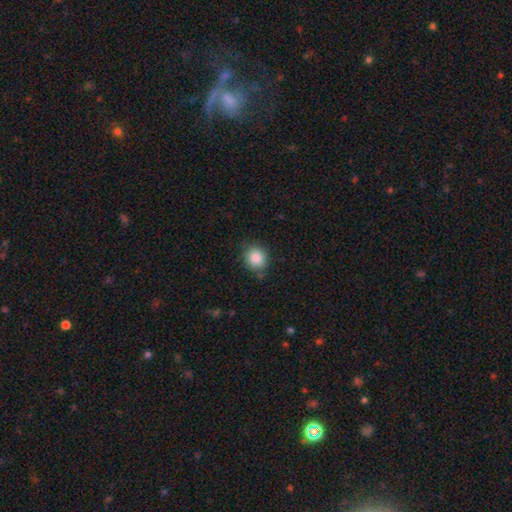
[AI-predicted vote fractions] This is clearly a smooth galaxy (86%). How rounded: likely round (78%). Merging: likely none (79%).